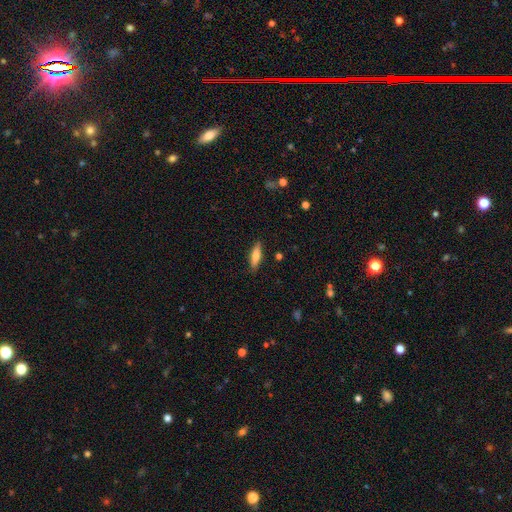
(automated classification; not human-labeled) smooth_or_featured: smooth (p=0.72) [alt: featured or disk p=0.22]
how_rounded: cigar-shaped (p=0.58) [alt: in between p=0.40]
merging: none (p=0.87) [alt: minor disturbance p=0.10]